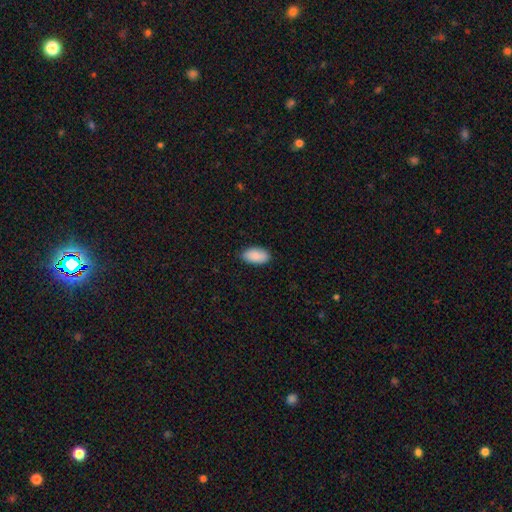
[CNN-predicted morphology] Smooth or featured? Predicted: smooth (p=0.89). How rounded? Predicted: in between (p=0.95). Merging? Predicted: none (p=0.86).